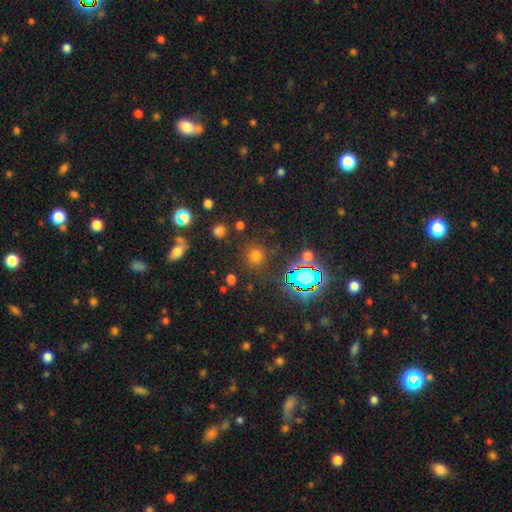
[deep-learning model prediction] Morphology: type=smooth (64%); roundness=round (89%); merging=none (84%).